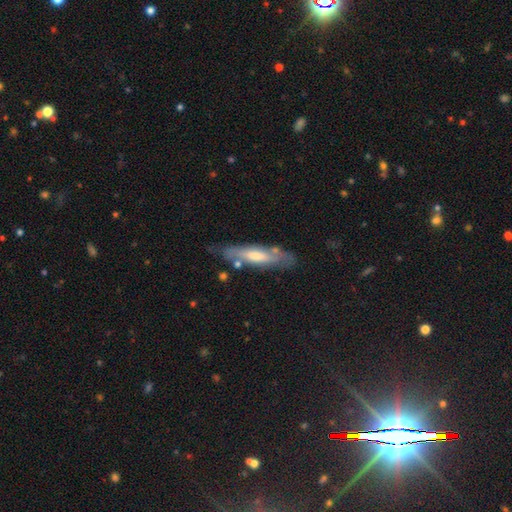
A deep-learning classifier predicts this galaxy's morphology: smooth_or_featured: featured or disk (p=0.54) [alt: smooth p=0.40]
disk_edge_on: yes (p=0.59) [alt: no p=0.41]
merging: none (p=0.72) [alt: minor disturbance p=0.19]